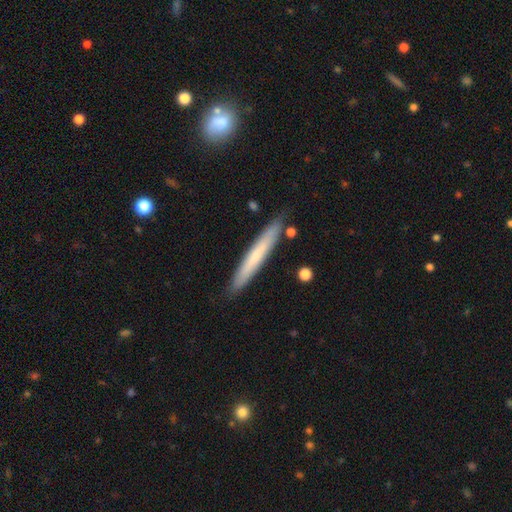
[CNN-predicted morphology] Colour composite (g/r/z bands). It shows a smooth galaxy with no disk features (60%) that is cigar-shaped (96%). Merging: none (87%).